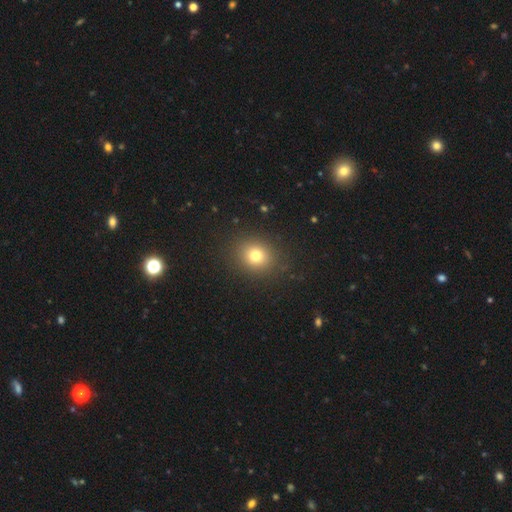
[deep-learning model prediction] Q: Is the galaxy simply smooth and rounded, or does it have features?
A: smooth — 76%.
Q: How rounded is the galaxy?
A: round — 75%.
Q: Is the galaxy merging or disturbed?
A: none — 88%.